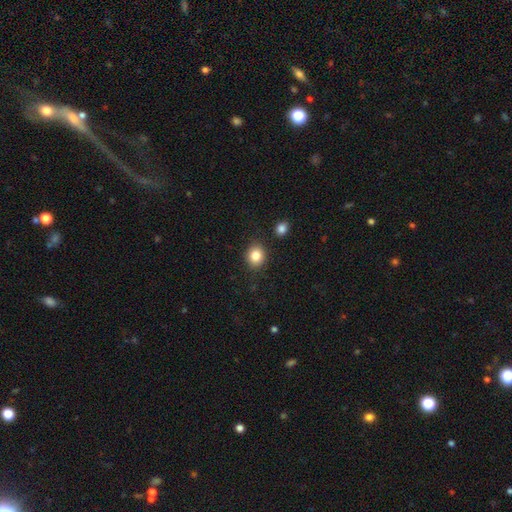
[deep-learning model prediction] A smooth galaxy with no disk features (84%) that is round (66%).

Vote fractions:
- Smooth or featured? smooth: 84% / star or artifact: 10% / featured or disk: 6%
- How rounded? round: 66% / in between: 33% / cigar-shaped: 1%
- Merging? none: 87% / minor disturbance: 8% / merger: 3% / major disturbance: 2%